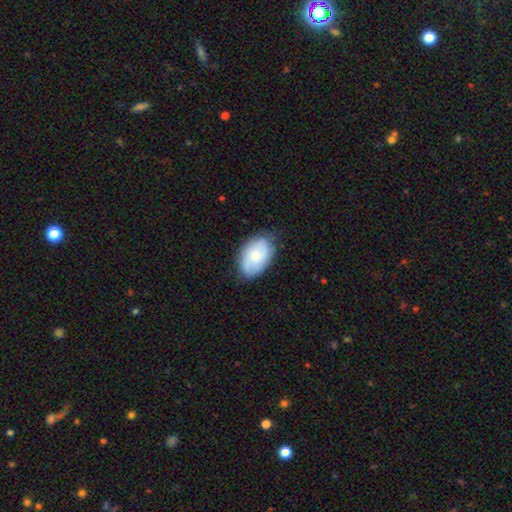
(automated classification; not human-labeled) smooth 65%, featured or disk 28%, star or artifact 6%. Down the decision tree: how rounded — in between (89%); merging — none (74%).